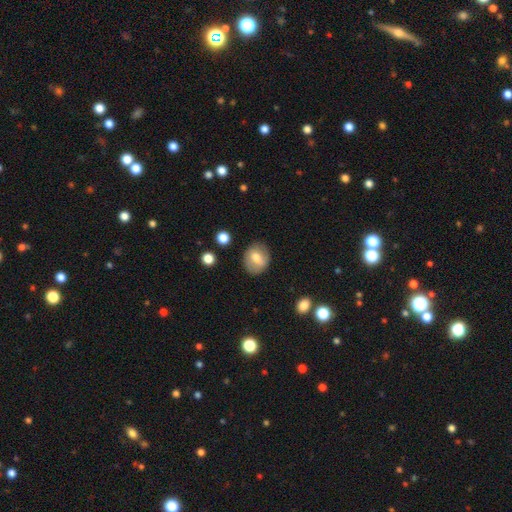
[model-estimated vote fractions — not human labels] A smooth galaxy with no disk features (67%) that is round (60%).

Vote fractions:
- Smooth or featured? smooth: 67% / featured or disk: 25% / star or artifact: 8%
- How rounded? round: 60% / in between: 39% / cigar-shaped: 1%
- Merging? none: 81% / minor disturbance: 13% / major disturbance: 4% / merger: 2%